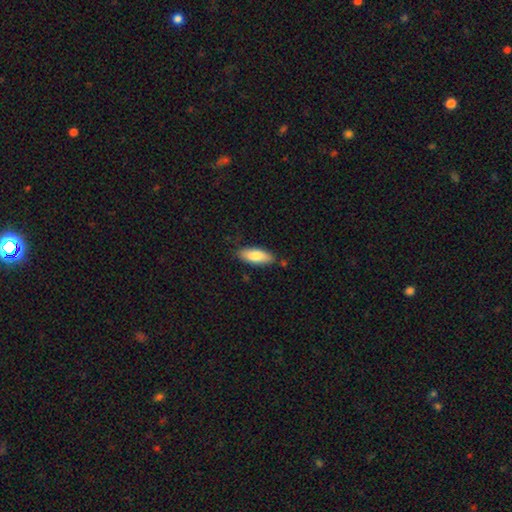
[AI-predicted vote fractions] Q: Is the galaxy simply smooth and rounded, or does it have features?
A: smooth — 81%.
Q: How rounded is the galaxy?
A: in between — 73%.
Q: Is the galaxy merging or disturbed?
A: none — 82%.